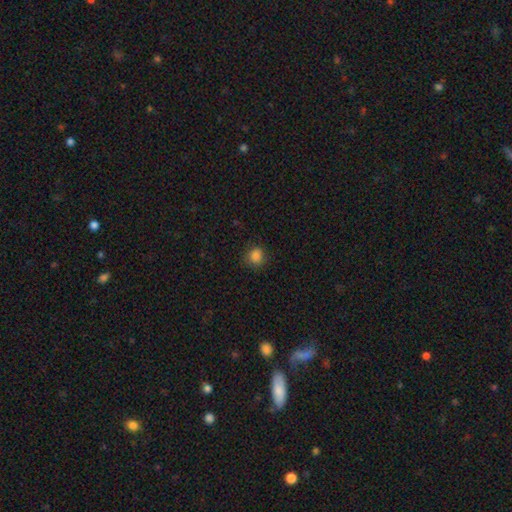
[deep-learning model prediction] This appears to be a smooth galaxy with no disk features (84%) that is round (76%). Merging: none (81%).